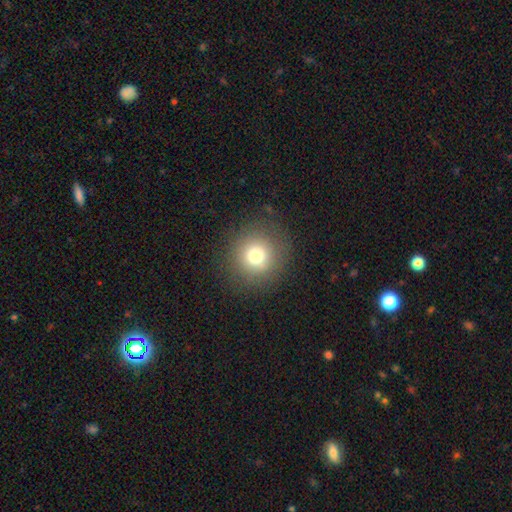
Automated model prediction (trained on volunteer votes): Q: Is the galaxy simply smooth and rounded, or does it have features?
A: smooth — 76%.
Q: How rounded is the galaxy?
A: round — 94%.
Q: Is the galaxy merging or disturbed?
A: none — 87%.